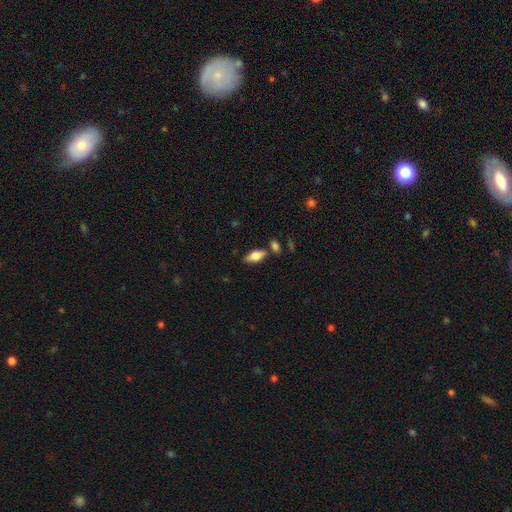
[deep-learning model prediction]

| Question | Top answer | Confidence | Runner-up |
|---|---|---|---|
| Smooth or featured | smooth | 69% | featured or disk (24%) |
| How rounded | in between | 81% | cigar-shaped (16%) |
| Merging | none | 73% | minor disturbance (12%) |